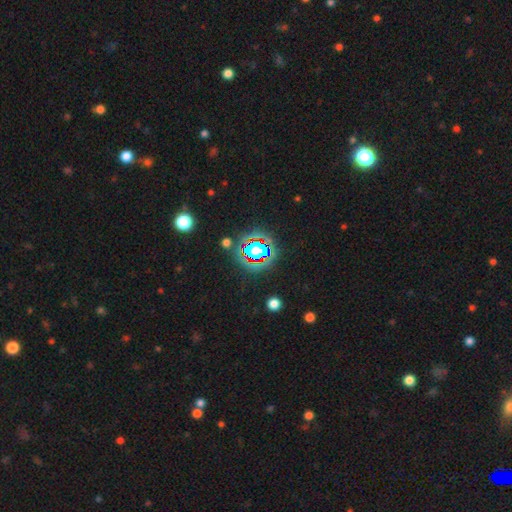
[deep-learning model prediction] This is clearly a star or artifact rather than a galaxy (80%).